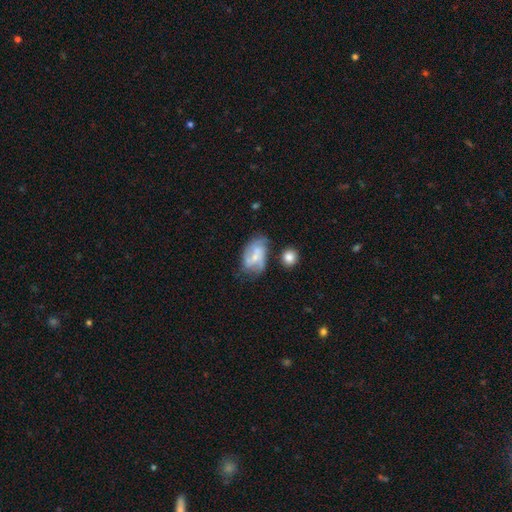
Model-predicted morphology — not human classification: smooth_or_featured: featured or disk (p=0.63) [alt: smooth p=0.30]
disk_edge_on: no (p=0.96) [alt: yes p=0.04]
bar: no (p=0.55) [alt: weak p=0.36]
has_spiral_arms: yes (p=0.73) [alt: no p=0.27]
bulge_size: small (p=0.54) [alt: moderate p=0.33]
merging: none (p=0.39) [alt: minor disturbance p=0.24]